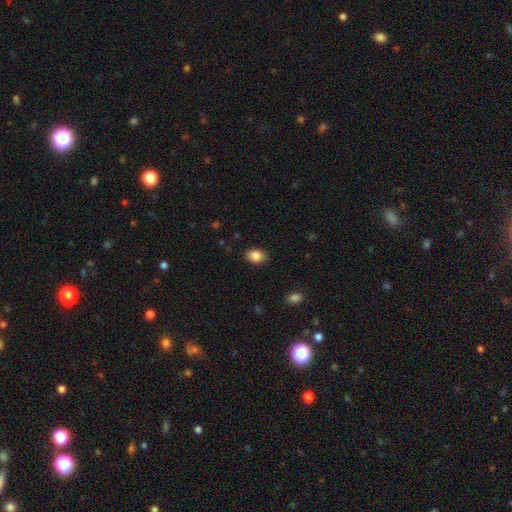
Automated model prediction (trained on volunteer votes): Q: Smooth or featured?
A: smooth (86%); runner-up: star or artifact (8%)
Q: How rounded?
A: in between (67%); runner-up: round (32%)
Q: Merging?
A: none (86%); runner-up: minor disturbance (11%)